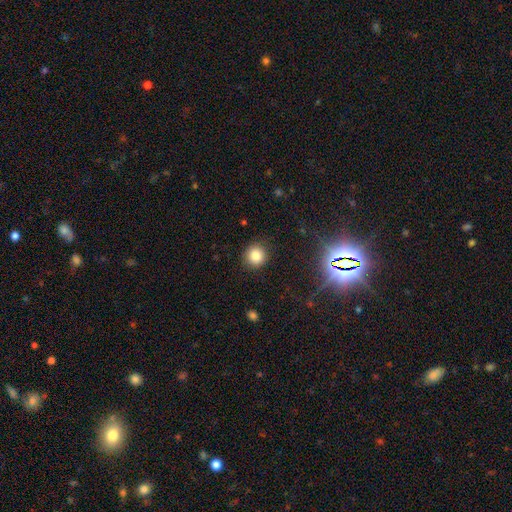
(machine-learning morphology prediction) Smooth or featured?
  - smooth: 83% *
  - star or artifact: 12%
  - featured or disk: 5%
How rounded?
  - round: 90% *
  - in between: 9%
  - cigar-shaped: 1%
Merging?
  - none: 89% *
  - minor disturbance: 8%
  - major disturbance: 3%
  - merger: 1%